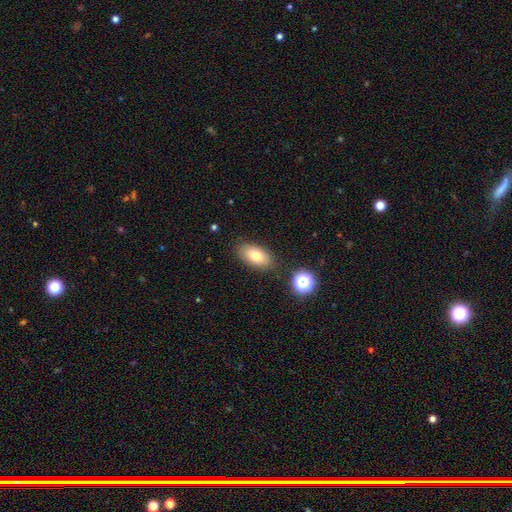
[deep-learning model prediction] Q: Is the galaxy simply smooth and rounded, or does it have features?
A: smooth — 77%.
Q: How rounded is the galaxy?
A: in between — 90%.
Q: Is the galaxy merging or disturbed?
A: none — 84%.